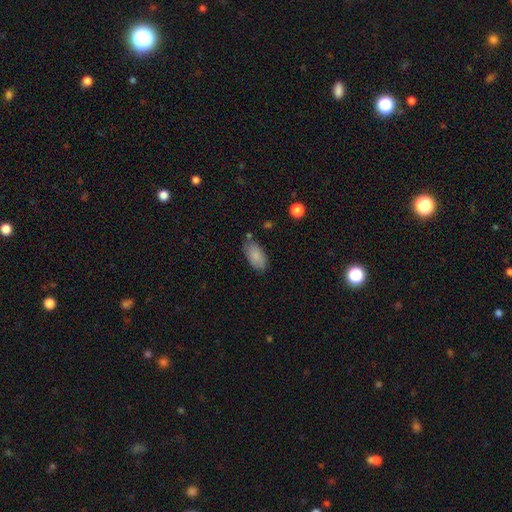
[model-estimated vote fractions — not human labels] Overall: smooth (86%). How rounded: in between (94%). Merging: none (73%).